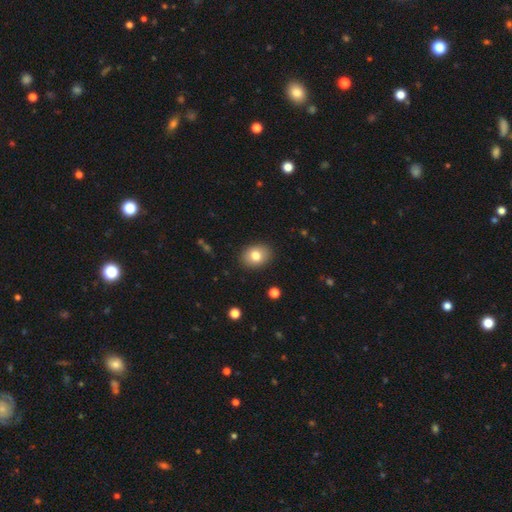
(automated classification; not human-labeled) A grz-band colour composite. It shows a smooth galaxy with no disk features (80%) that is in between round and cigar-shaped (60%). Merging: none (89%).